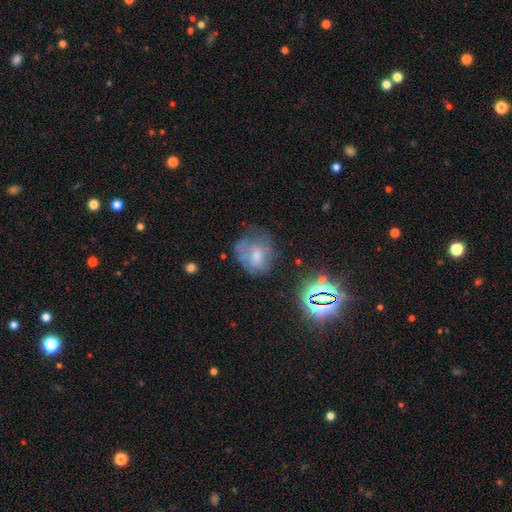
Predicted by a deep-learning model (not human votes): The model was most divided on "merging": none: 42%, minor disturbance: 28%, major disturbance: 26%, merger: 4%. More confident: how rounded — round (58%); smooth or featured — smooth (50%).